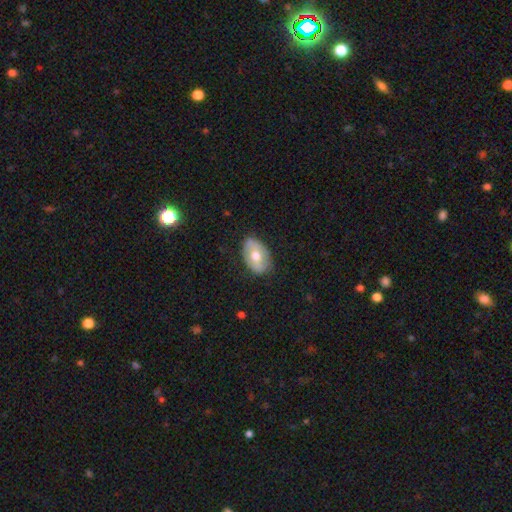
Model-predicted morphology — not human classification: smooth 58%, featured or disk 36%, star or artifact 6%. Down the decision tree: how rounded — in between (88%); merging — none (78%).